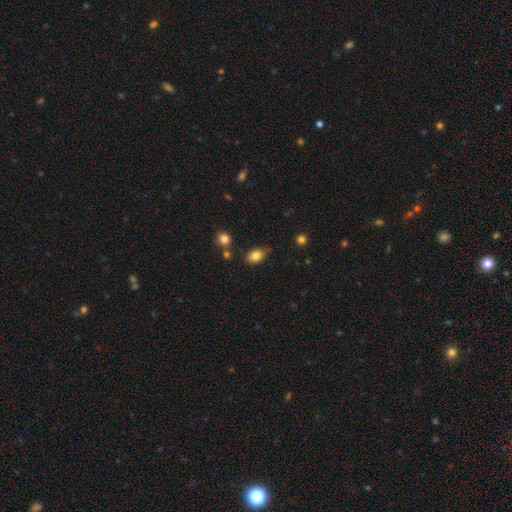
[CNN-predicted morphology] Q: Smooth or featured?
A: smooth (83%); runner-up: star or artifact (10%)
Q: How rounded?
A: in between (83%); runner-up: round (16%)
Q: Merging?
A: none (75%); runner-up: minor disturbance (18%)